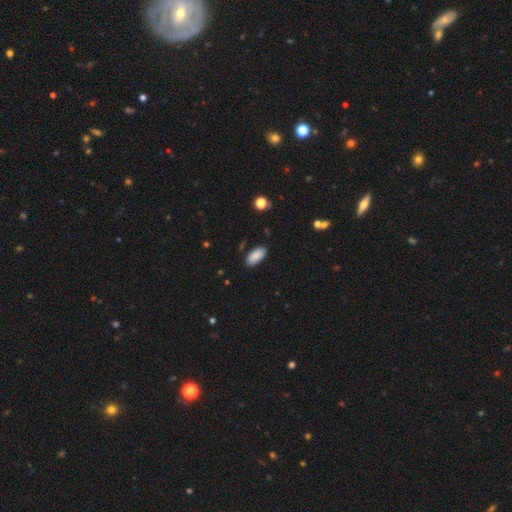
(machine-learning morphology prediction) The model was most divided on "merging": none: 86%, minor disturbance: 10%, major disturbance: 2%, merger: 1%. More confident: how rounded — in between (91%); smooth or featured — smooth (89%).